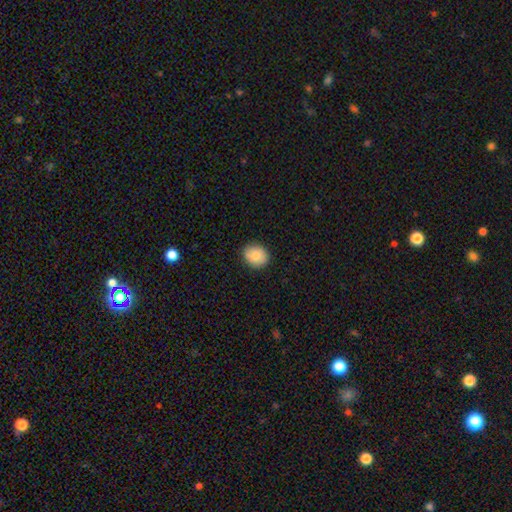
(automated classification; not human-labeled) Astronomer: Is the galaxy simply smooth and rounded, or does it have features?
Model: smooth — 82%.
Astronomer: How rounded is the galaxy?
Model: round — 65%.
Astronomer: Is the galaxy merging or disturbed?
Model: none — 88%.